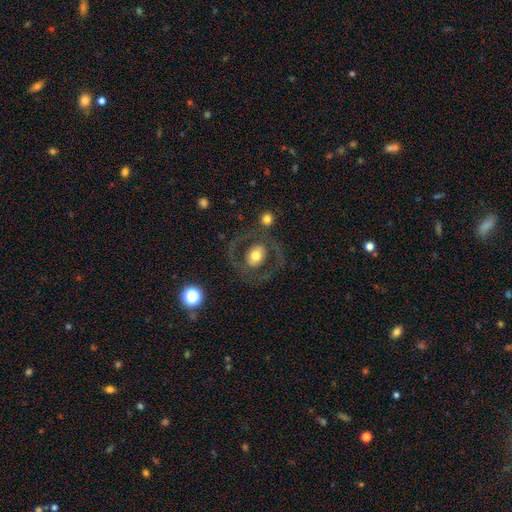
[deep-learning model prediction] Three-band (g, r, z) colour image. It shows a featured or disk galaxy (53%). Merging: none (74%).